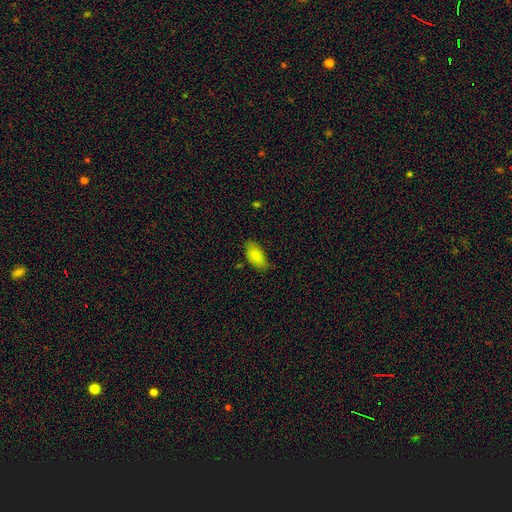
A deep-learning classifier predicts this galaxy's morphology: Overall: smooth (86%). How rounded: in between (92%). Merging: none (75%).